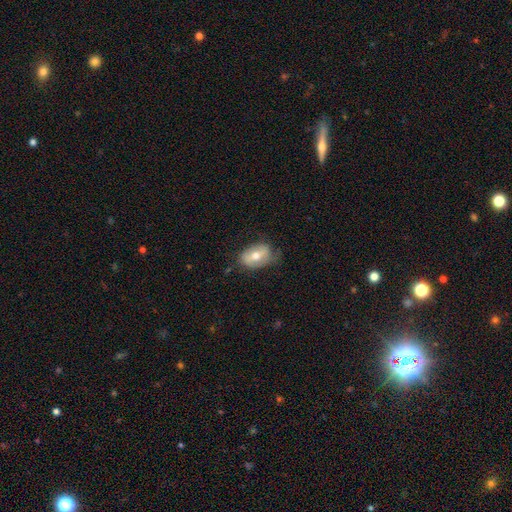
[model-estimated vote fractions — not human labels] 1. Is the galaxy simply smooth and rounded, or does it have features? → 52% smooth, 41% featured or disk, 7% star or artifact.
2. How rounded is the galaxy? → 84% in between, 15% round, 1% cigar-shaped.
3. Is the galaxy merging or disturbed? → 59% none, 30% minor disturbance, 10% major disturbance, 1% merger.